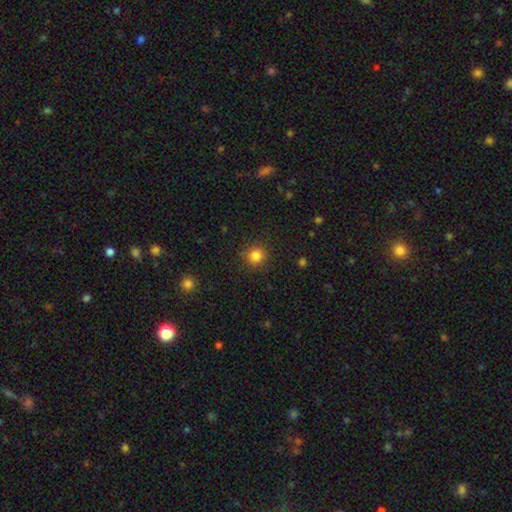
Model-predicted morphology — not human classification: Smooth or featured?
  - smooth: 83% *
  - star or artifact: 12%
  - featured or disk: 5%
How rounded?
  - round: 93% *
  - in between: 6%
  - cigar-shaped: 1%
Merging?
  - none: 89% *
  - minor disturbance: 7%
  - major disturbance: 3%
  - merger: 1%